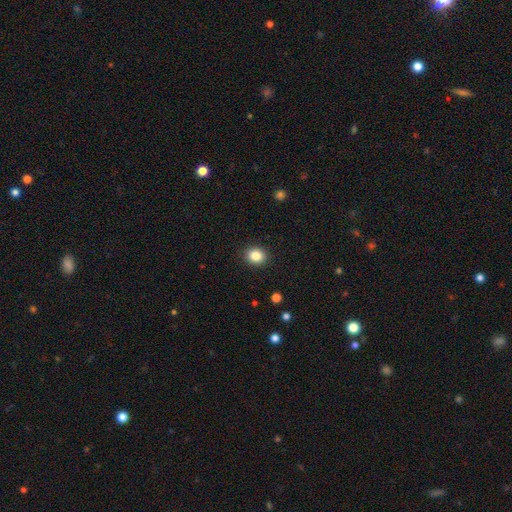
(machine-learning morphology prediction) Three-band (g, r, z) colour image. It shows a smooth galaxy with no disk features (84%) that is round (69%). Merging: none (91%).